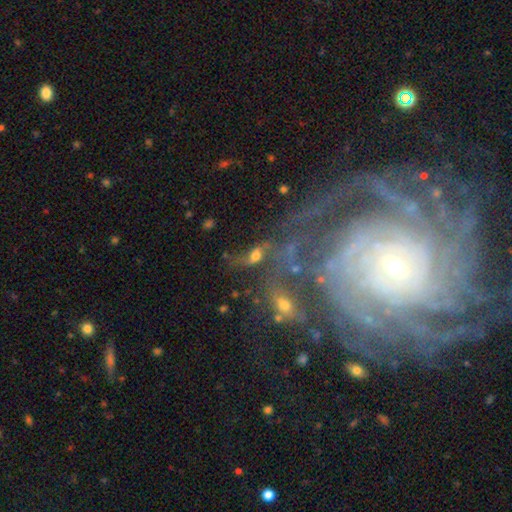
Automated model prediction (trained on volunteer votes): Morphology: type=featured or disk (48%); merging=none (38%).